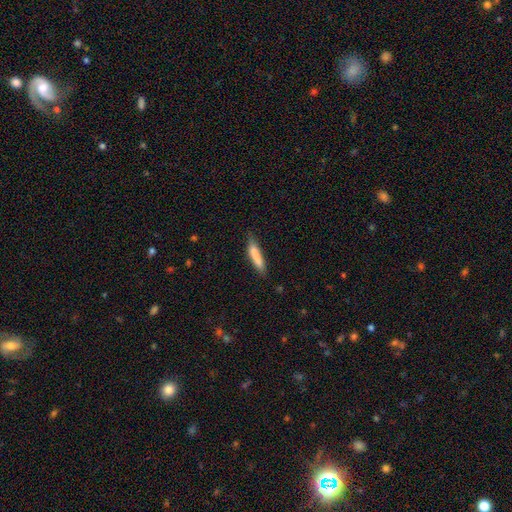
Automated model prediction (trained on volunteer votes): smooth 80%, featured or disk 14%, star or artifact 6%. Down the decision tree: how rounded — cigar-shaped (84%); merging — none (77%).